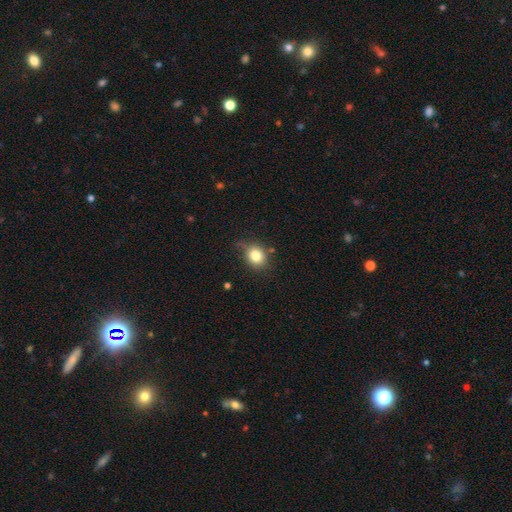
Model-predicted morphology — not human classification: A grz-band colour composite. It shows a smooth galaxy with no disk features (81%) that is round (67%). Merging: none (68%).